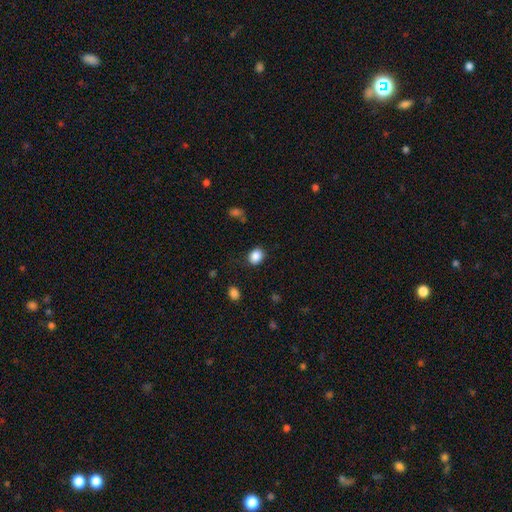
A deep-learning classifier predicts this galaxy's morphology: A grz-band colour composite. It shows a smooth galaxy with no disk features (87%) that is round (51%). Merging: none (84%).